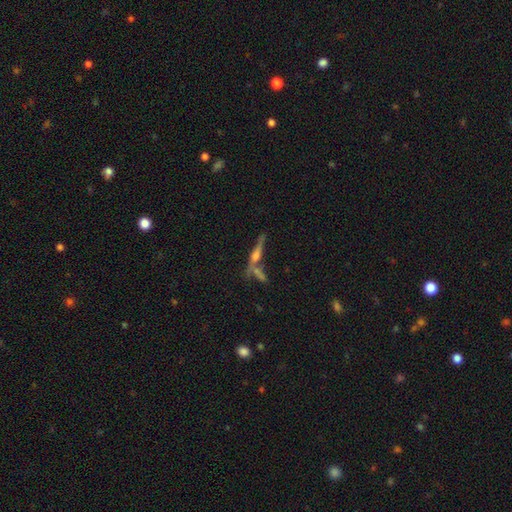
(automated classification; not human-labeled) Morphology: type=featured or disk (70%); edge-on=yes (93%); edge-on bulge=rounded (81%); merging=none (57%).